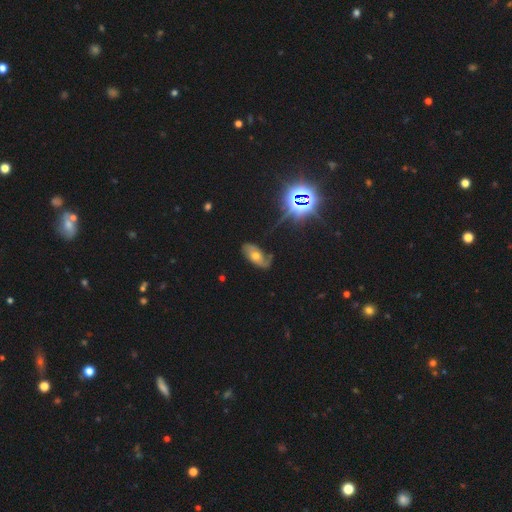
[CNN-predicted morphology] Smooth or featured? featured or disk (51%)
Edge-on disk? no (88%)
Merging? none (60%)